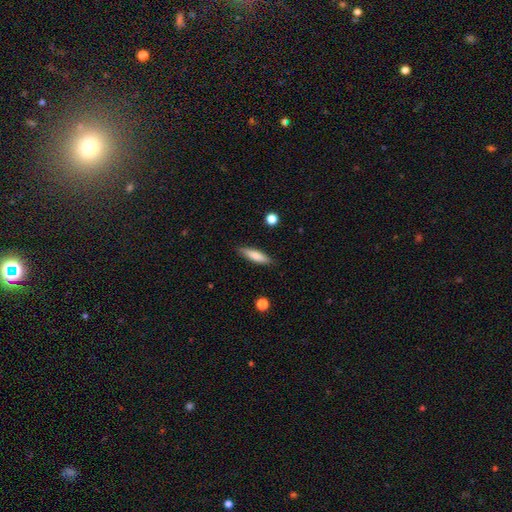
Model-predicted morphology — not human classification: A smooth galaxy with no disk features (77%) that is cigar-shaped (67%).

Vote fractions:
- Smooth or featured? smooth: 77% / featured or disk: 17% / star or artifact: 6%
- How rounded? cigar-shaped: 67% / in between: 31% / round: 2%
- Merging? none: 87% / minor disturbance: 10% / major disturbance: 2% / merger: 1%